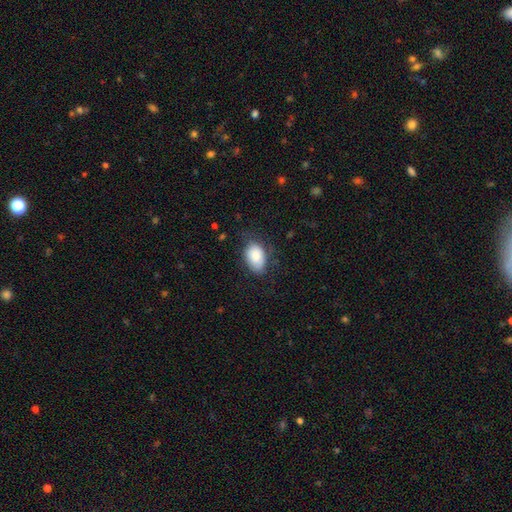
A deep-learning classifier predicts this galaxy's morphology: The model was most divided on "merging": none: 63%, minor disturbance: 27%, major disturbance: 9%, merger: 1%. More confident: how rounded — in between (89%); smooth or featured — smooth (84%).